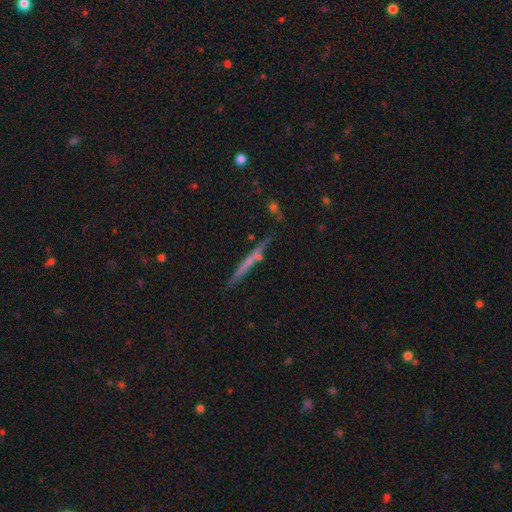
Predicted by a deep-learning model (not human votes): Smooth or featured? Predicted: featured or disk (p=0.52). Edge-on disk? Predicted: yes (p=0.96). Edge-on bulge? Predicted: none (p=0.80). Merging? Predicted: none (p=0.83).